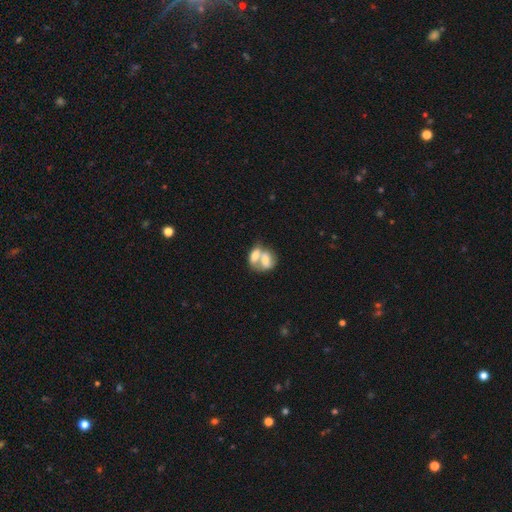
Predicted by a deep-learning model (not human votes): This is likely a smooth galaxy (65%). How rounded: likely in between (76%). Merging: likely merger (74%).